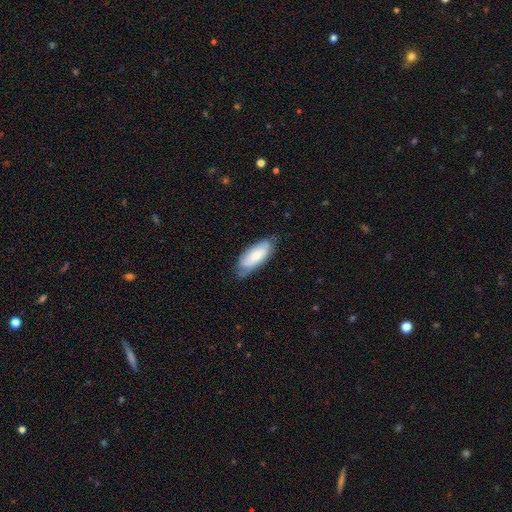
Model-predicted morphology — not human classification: type=smooth (65%); roundness=in between (81%); merging=none (65%).